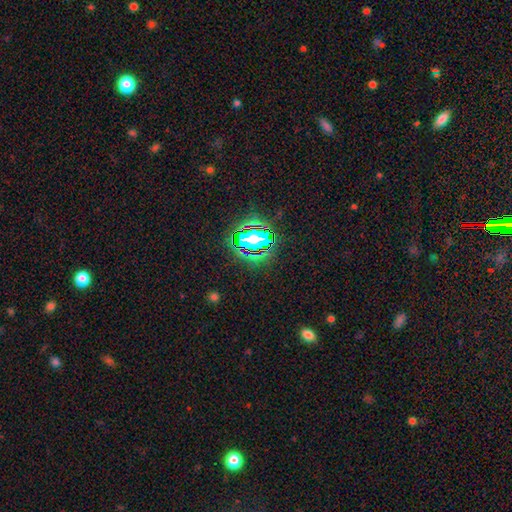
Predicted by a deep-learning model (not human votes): A star or artifact, not a galaxy (80%).

Vote fractions:
- Smooth or featured? star or artifact: 80% / smooth: 12% / featured or disk: 7%